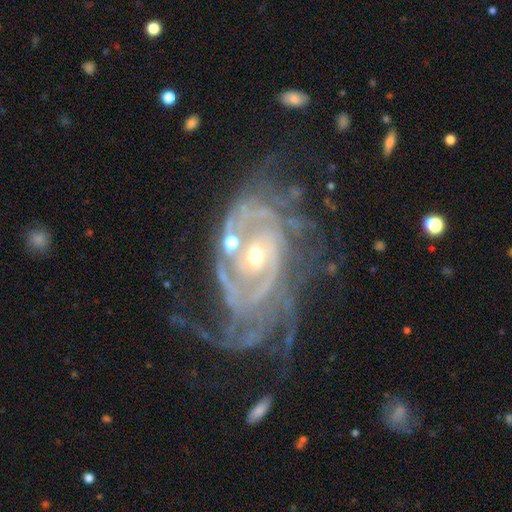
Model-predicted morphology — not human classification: Smooth or featured?
  - featured or disk: 90% *
  - star or artifact: 6%
  - smooth: 4%
Edge-on disk?
  - no: 96% *
  - yes: 4%
Bar?
  - no: 60% *
  - weak: 27%
  - strong: 13%
Spiral arms?
  - yes: 96% *
  - no: 4%
Spiral winding?
  - tight: 68% *
  - medium: 25%
  - loose: 7%
Spiral arm count?
  - can't tell: 32% *
  - 3: 17%
  - 4: 16%
  - 2: 16%
  - more than 4: 12%
  - 1: 7%
Bulge size?
  - moderate: 51% *
  - small: 43%
  - large: 3%
  - none: 1%
  - dominant: 1%
Merging?
  - none: 53% *
  - minor disturbance: 22%
  - major disturbance: 21%
  - merger: 4%